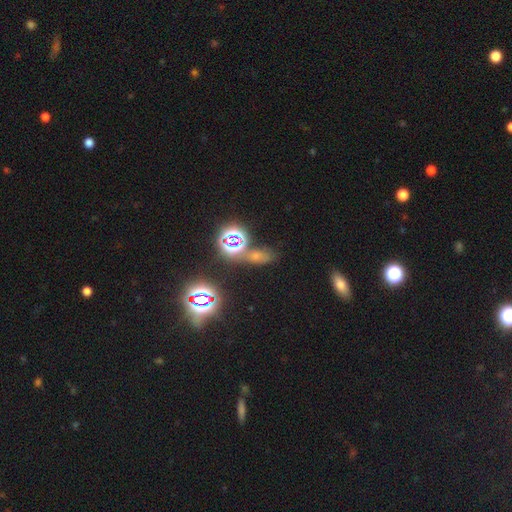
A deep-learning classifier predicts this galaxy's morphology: A star or artifact, not a galaxy (64%).